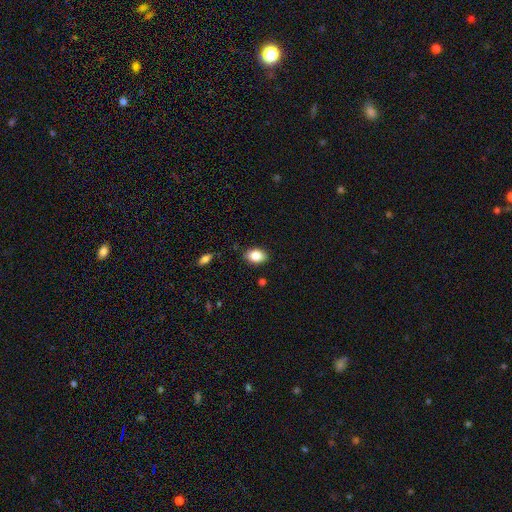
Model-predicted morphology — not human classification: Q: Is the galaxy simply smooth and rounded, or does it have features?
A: smooth — 86%.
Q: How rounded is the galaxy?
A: in between — 81%.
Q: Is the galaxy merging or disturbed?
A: none — 87%.